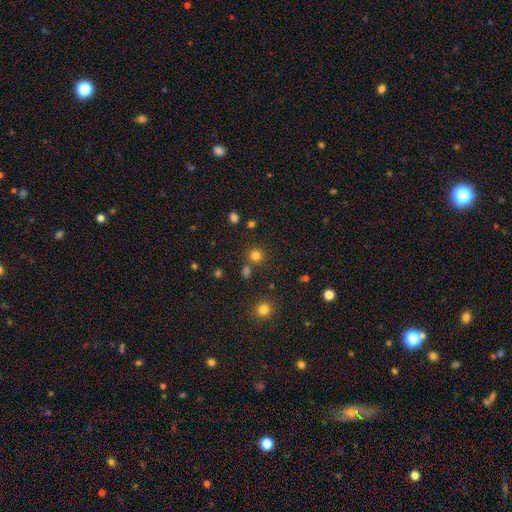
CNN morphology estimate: type=smooth (78%); roundness=round (92%); merging=none (78%).